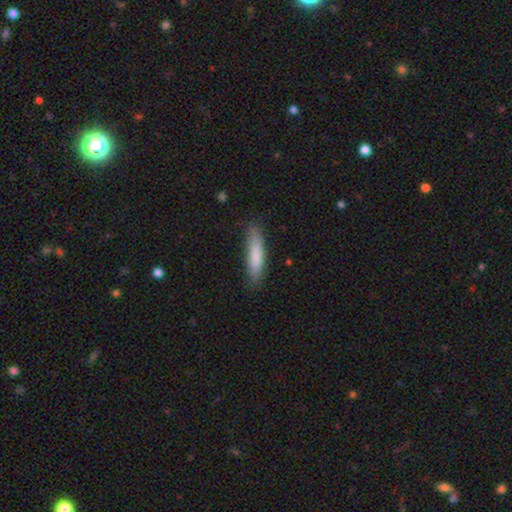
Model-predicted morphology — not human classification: This is clearly a smooth galaxy (82%). How rounded: clearly cigar-shaped (81%). Merging: clearly none (82%).